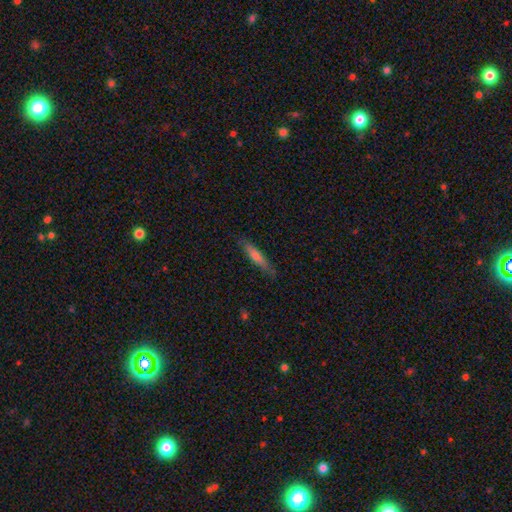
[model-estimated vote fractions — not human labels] smooth 56%, featured or disk 37%, star or artifact 7%. Down the decision tree: how rounded — cigar-shaped (91%); merging — none (85%).